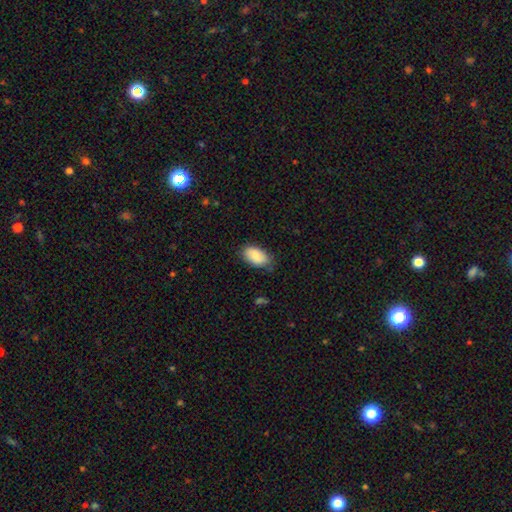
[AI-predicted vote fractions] A smooth galaxy with no disk features (85%) that is in between round and cigar-shaped (94%). Merging: none (71%).